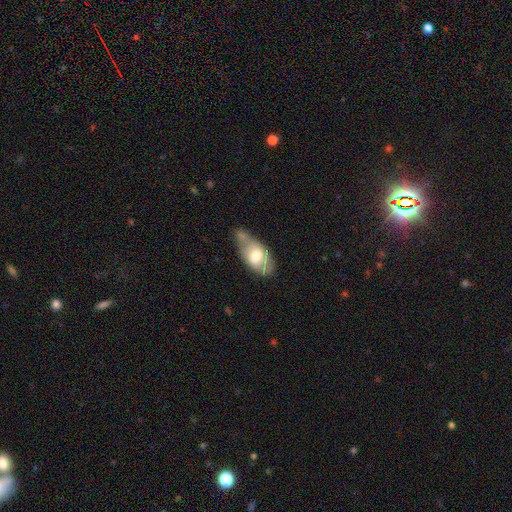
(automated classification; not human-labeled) Smooth or featured? Predicted: smooth (p=0.60). How rounded? Predicted: in between (p=0.90). Merging? Predicted: none (p=0.41).